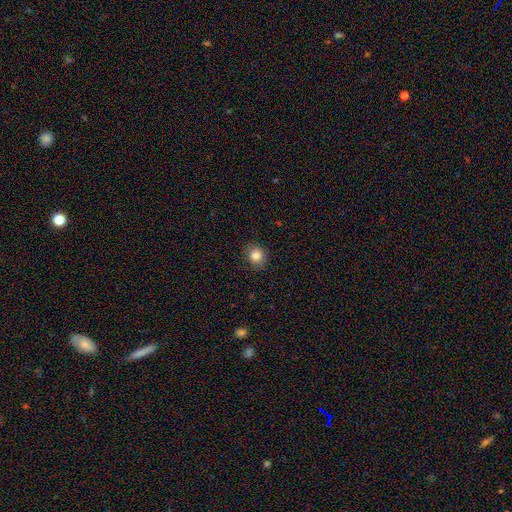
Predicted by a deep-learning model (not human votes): smooth 83%, star or artifact 11%, featured or disk 7%. Down the decision tree: how rounded — round (79%); merging — none (88%).